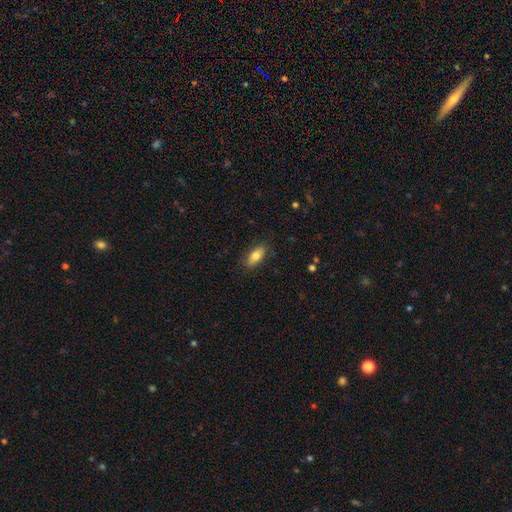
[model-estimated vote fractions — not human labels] Smooth or featured? Predicted: smooth (p=0.79). How rounded? Predicted: in between (p=0.85). Merging? Predicted: none (p=0.86).